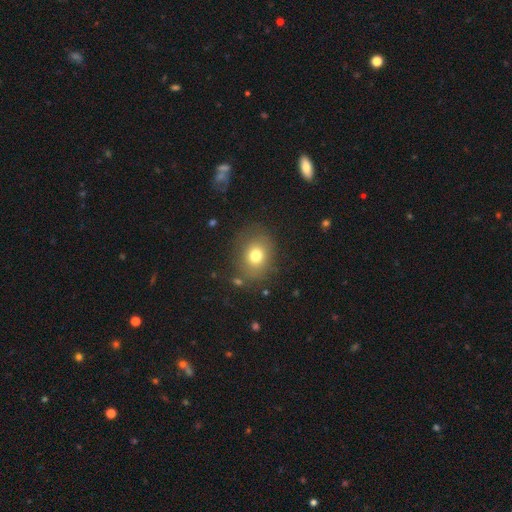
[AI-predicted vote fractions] Smooth or featured?
  - smooth: 74% *
  - featured or disk: 13%
  - star or artifact: 12%
How rounded?
  - round: 56% *
  - in between: 43%
  - cigar-shaped: 1%
Merging?
  - none: 78% *
  - minor disturbance: 14%
  - major disturbance: 6%
  - merger: 3%